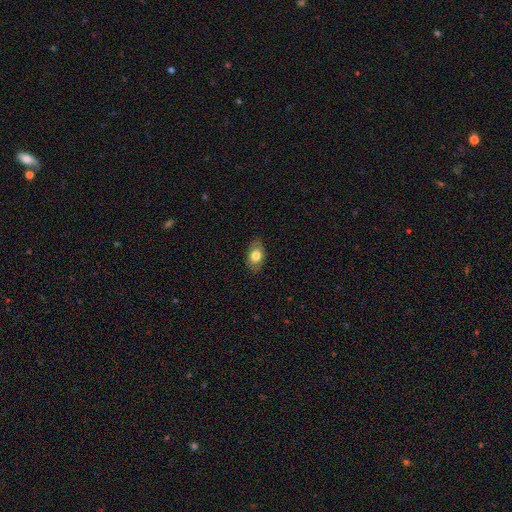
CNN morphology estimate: Q: Smooth or featured?
A: smooth (69%); runner-up: featured or disk (24%)
Q: How rounded?
A: in between (88%); runner-up: round (11%)
Q: Merging?
A: none (82%); runner-up: minor disturbance (14%)